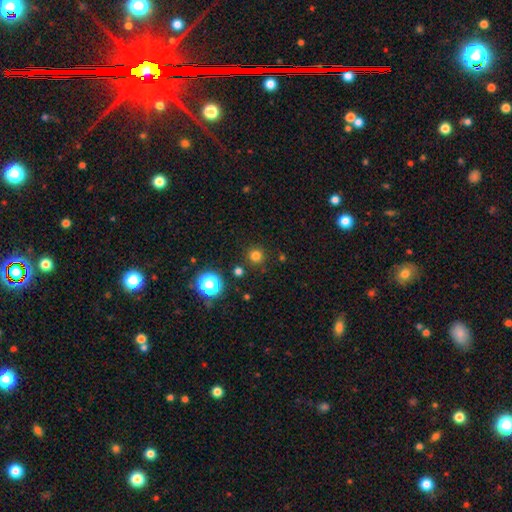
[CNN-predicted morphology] This is likely a smooth galaxy (77%). How rounded: clearly round (95%). Merging: clearly none (89%).